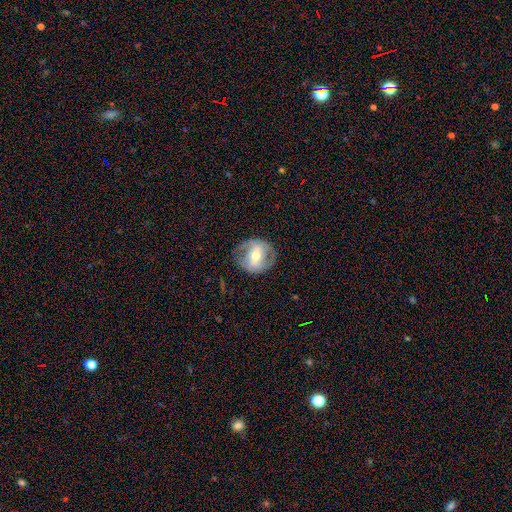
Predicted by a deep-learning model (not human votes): smooth_or_featured: featured or disk (p=0.65) [alt: smooth p=0.28]
disk_edge_on: no (p=0.94) [alt: yes p=0.06]
bar: strong (p=0.43) [alt: weak p=0.36]
has_spiral_arms: yes (p=0.62) [alt: no p=0.38]
bulge_size: moderate (p=0.67) [alt: small p=0.26]
merging: none (p=0.75) [alt: minor disturbance p=0.16]